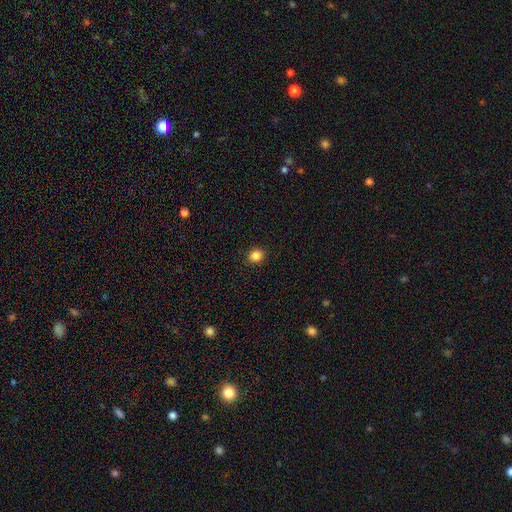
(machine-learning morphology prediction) This is clearly a smooth galaxy (86%). How rounded: likely round (65%). Merging: clearly none (91%).